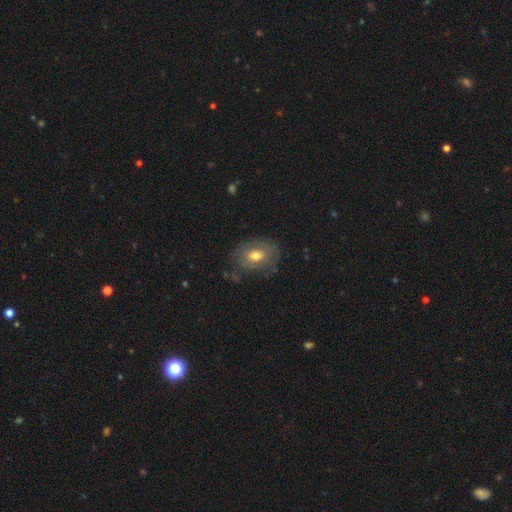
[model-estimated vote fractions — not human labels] Smooth or featured? Predicted: smooth (p=0.56). How rounded? Predicted: in between (p=0.74). Merging? Predicted: none (p=0.69).